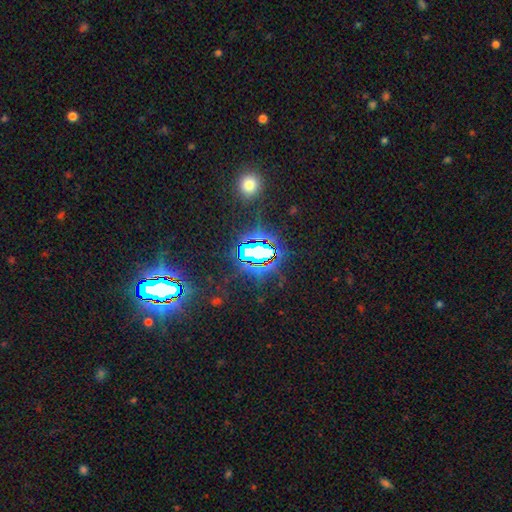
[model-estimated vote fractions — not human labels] Morphology: type=star or artifact (78%).